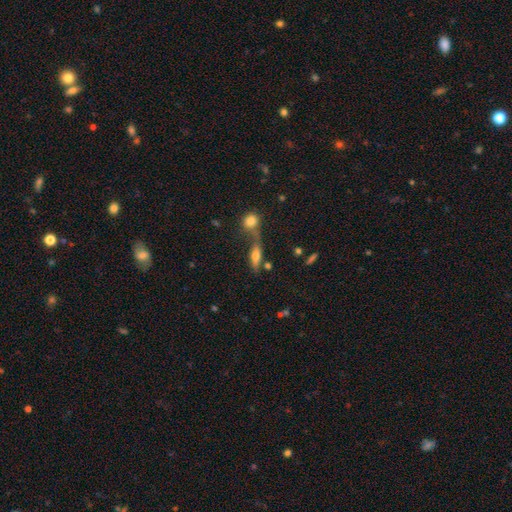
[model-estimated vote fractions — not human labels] smooth_or_featured: smooth (p=0.58) [alt: featured or disk p=0.31]
how_rounded: cigar-shaped (p=0.48) [alt: in between p=0.46]
merging: none (p=0.45) [alt: merger p=0.35]